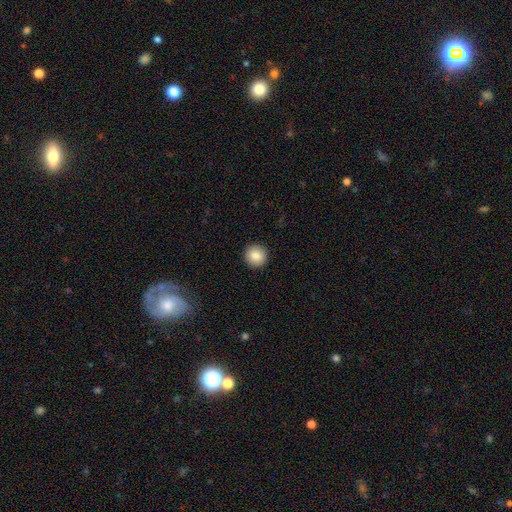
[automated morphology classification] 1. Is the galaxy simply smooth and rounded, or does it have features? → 86% smooth, 8% star or artifact, 6% featured or disk.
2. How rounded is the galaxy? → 95% round, 4% in between, 1% cigar-shaped.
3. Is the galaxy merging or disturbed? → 93% none, 5% minor disturbance, 2% major disturbance, 1% merger.